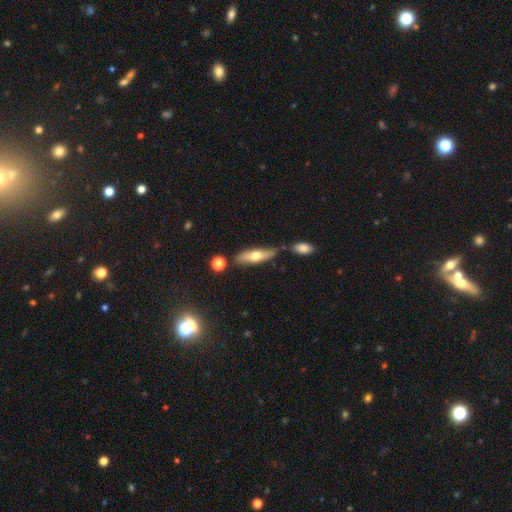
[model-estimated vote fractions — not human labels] Smooth or featured? Predicted: smooth (p=0.58). How rounded? Predicted: cigar-shaped (p=0.56). Merging? Predicted: none (p=0.73).